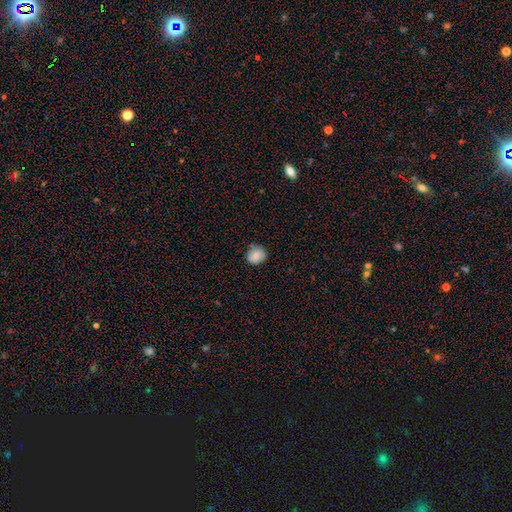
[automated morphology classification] smooth-or-featured: smooth: 83% | star or artifact: 9% | featured or disk: 8%
  how-rounded: round: 80% | in between: 19% | cigar-shaped: 1%
  merging: none: 79% | minor disturbance: 17% | major disturbance: 3% | merger: 1%